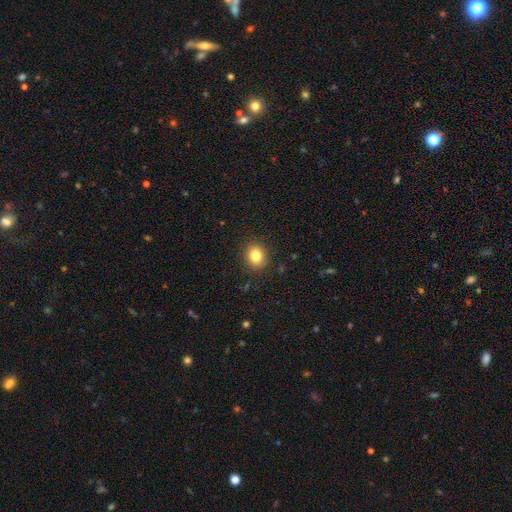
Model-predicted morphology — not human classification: smooth 82%, star or artifact 11%, featured or disk 7%. Down the decision tree: how rounded — round (70%); merging — none (89%).